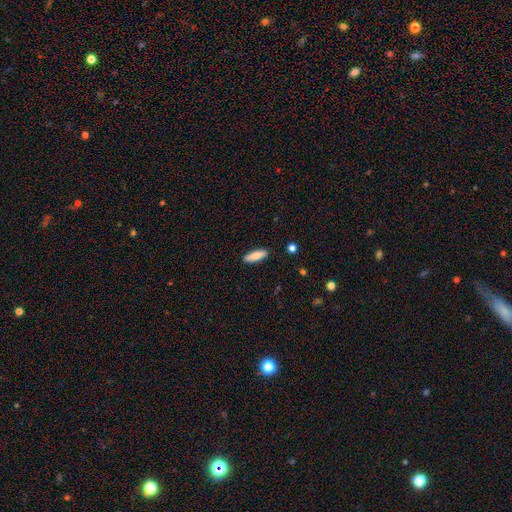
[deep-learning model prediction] This appears to be a smooth galaxy with no disk features (84%) that is cigar-shaped (50%). Merging: none (89%).